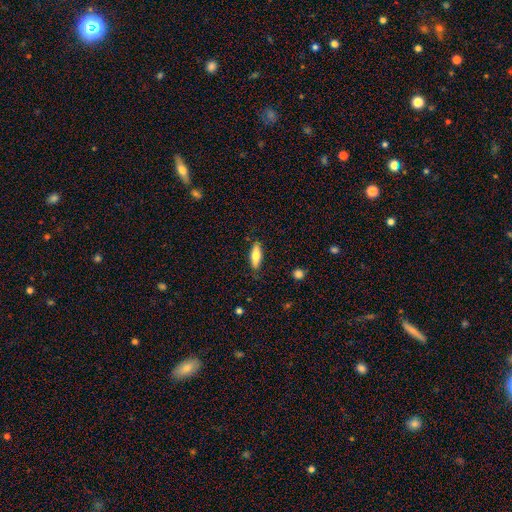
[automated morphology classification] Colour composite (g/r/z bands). It shows a smooth galaxy with no disk features (71%) that is in between round and cigar-shaped (50%). Merging: none (84%).